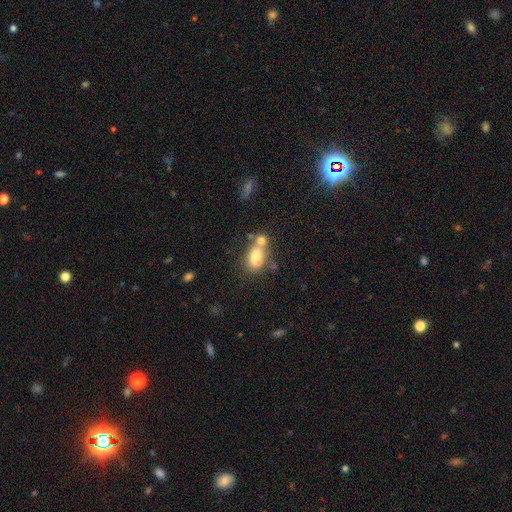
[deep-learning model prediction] Smooth or featured? smooth (68%)
How rounded? in between (74%)
Merging? merger (50%)